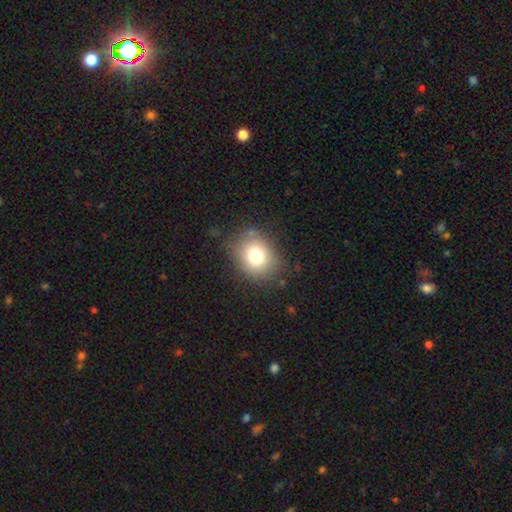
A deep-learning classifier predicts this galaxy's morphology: smooth_or_featured: smooth (p=0.76) [alt: star or artifact p=0.12]
how_rounded: round (p=0.60) [alt: in between p=0.39]
merging: none (p=0.79) [alt: minor disturbance p=0.14]